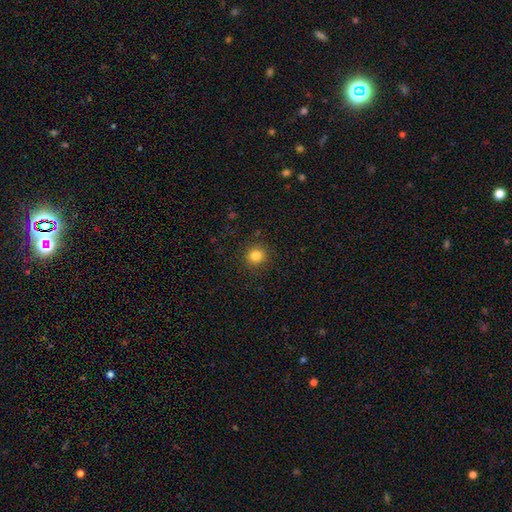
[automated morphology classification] smooth-or-featured: smooth: 82% | star or artifact: 12% | featured or disk: 6%
  how-rounded: round: 90% | in between: 9% | cigar-shaped: 1%
  merging: none: 89% | minor disturbance: 7% | major disturbance: 3% | merger: 1%